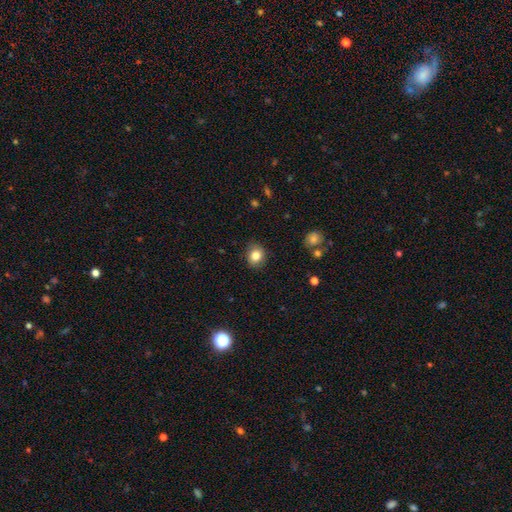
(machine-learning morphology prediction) This is clearly a smooth galaxy (83%). How rounded: likely round (65%). Merging: clearly none (87%).